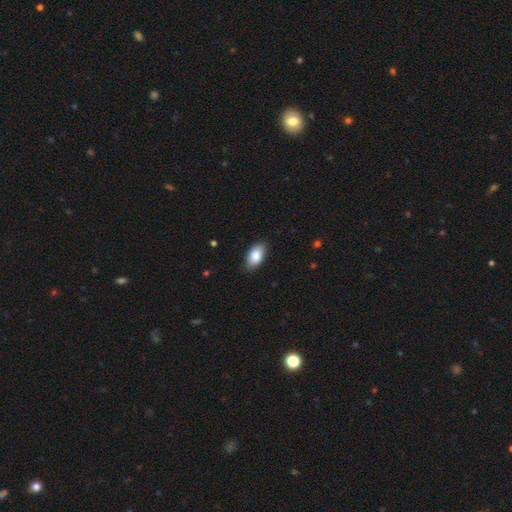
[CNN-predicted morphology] A smooth galaxy with no disk features (86%) that is in between round and cigar-shaped (94%). Merging: none (86%).